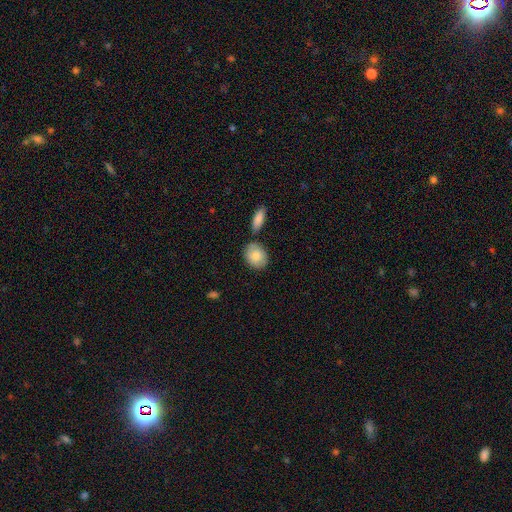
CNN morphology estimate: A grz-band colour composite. It shows a smooth galaxy with no disk features (83%) that is in between round and cigar-shaped (60%). Merging: none (70%).